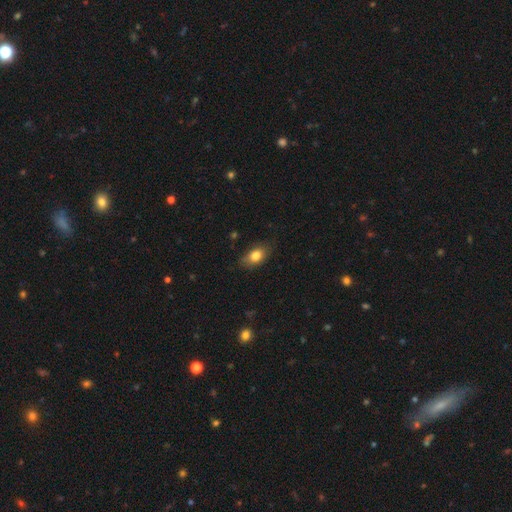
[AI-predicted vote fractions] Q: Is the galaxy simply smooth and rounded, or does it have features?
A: smooth — 81%.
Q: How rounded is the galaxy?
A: in between — 84%.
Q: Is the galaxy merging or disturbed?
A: none — 77%.